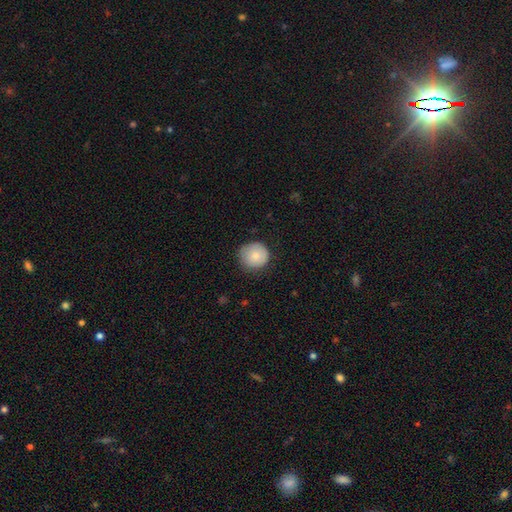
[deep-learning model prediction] Smooth or featured? Predicted: smooth (p=0.81). How rounded? Predicted: round (p=0.90). Merging? Predicted: none (p=0.77).